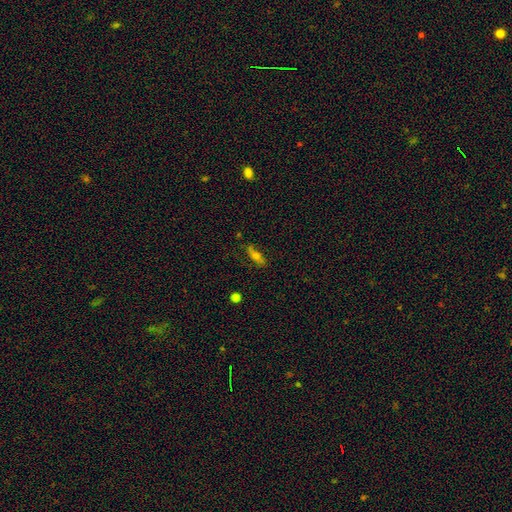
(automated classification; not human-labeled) A smooth galaxy with no disk features (63%) that is in between round and cigar-shaped (53%).

Vote fractions:
- Smooth or featured? smooth: 63% / featured or disk: 28% / star or artifact: 10%
- How rounded? in between: 53% / cigar-shaped: 43% / round: 4%
- Merging? none: 73% / minor disturbance: 20% / major disturbance: 5% / merger: 2%